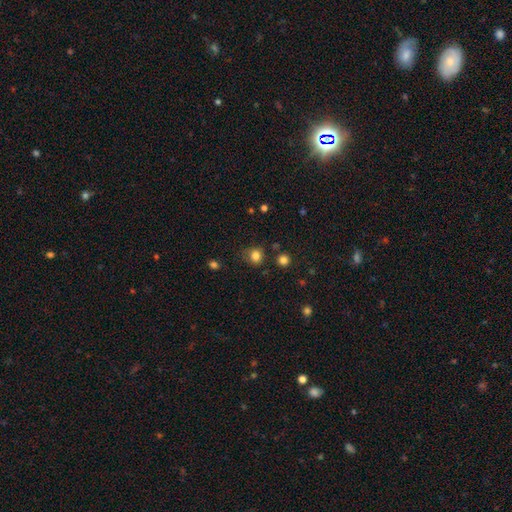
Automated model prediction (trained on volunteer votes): Q: Smooth or featured?
A: smooth (81%); runner-up: star or artifact (13%)
Q: How rounded?
A: round (77%); runner-up: in between (22%)
Q: Merging?
A: none (70%); runner-up: minor disturbance (20%)